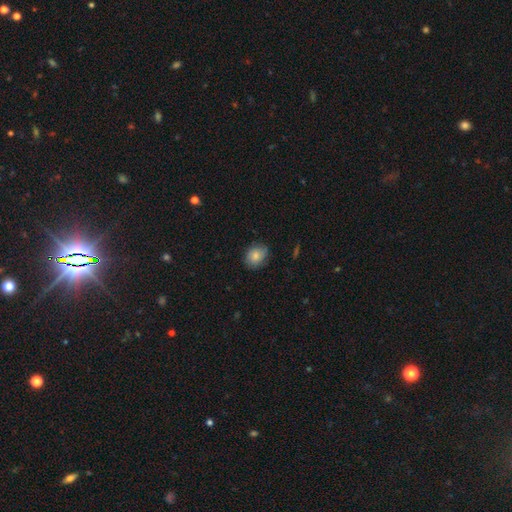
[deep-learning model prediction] Smooth or featured: smooth — 80% (featured or disk — 13%)
How rounded: round — 51% (in between — 48%)
Merging: none — 78% (minor disturbance — 17%)